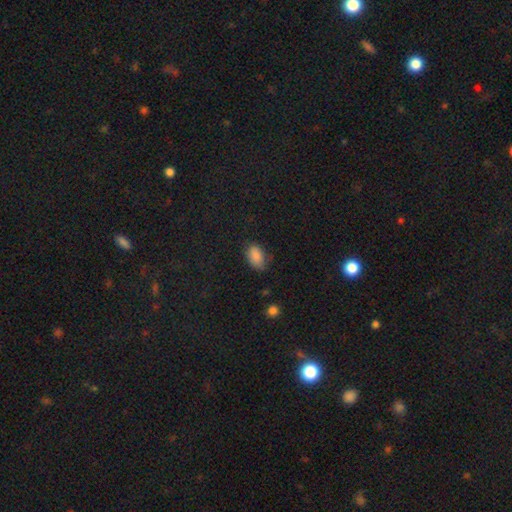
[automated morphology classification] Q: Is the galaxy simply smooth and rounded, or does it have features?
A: smooth — 86%.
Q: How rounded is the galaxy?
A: in between — 90%.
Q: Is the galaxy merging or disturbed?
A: none — 67%.